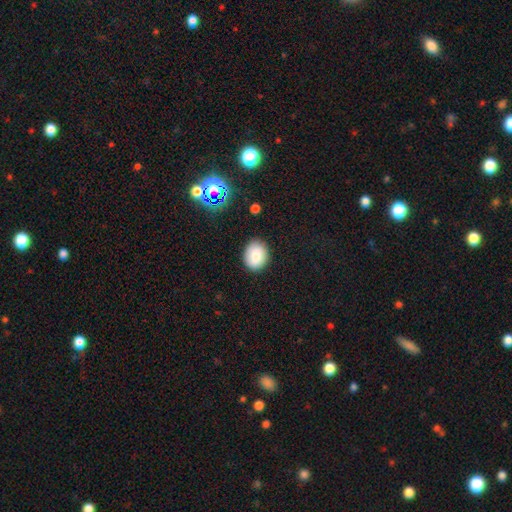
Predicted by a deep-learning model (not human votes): Smooth or featured: smooth — 78% (featured or disk — 12%)
How rounded: round — 51% (in between — 48%)
Merging: none — 85% (minor disturbance — 11%)